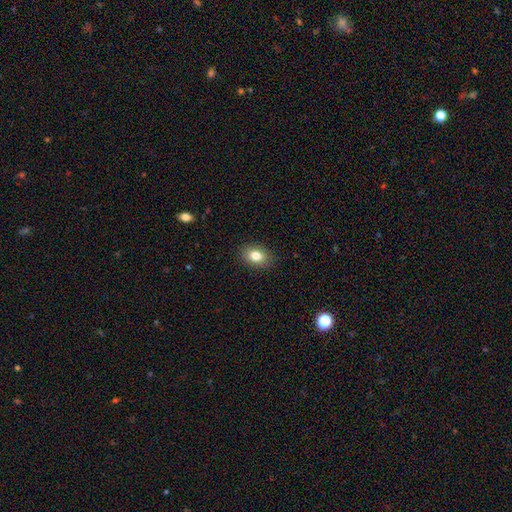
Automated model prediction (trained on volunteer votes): Smooth or featured? smooth (82%)
How rounded? in between (73%)
Merging? none (87%)